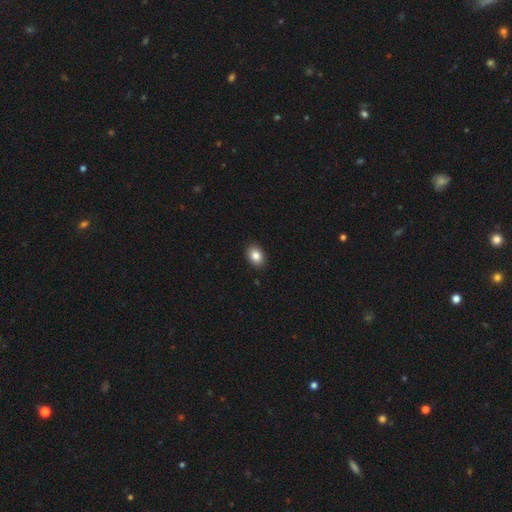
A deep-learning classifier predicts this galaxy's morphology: Overall: smooth (85%). How rounded: in between (69%; round 30%). Merging: none (90%).